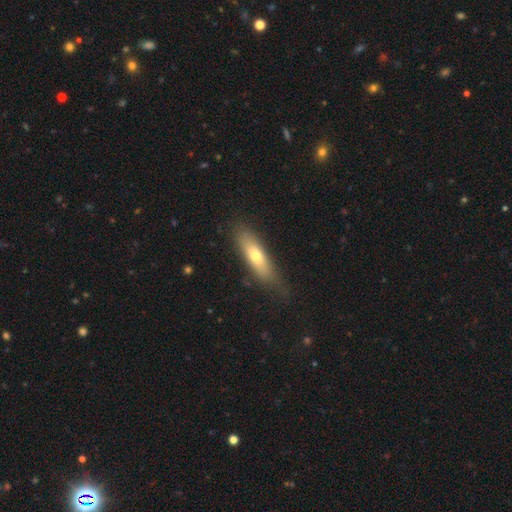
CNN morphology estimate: This is likely a smooth galaxy (62%). How rounded: possibly cigar-shaped (58%). Merging: likely none (74%).